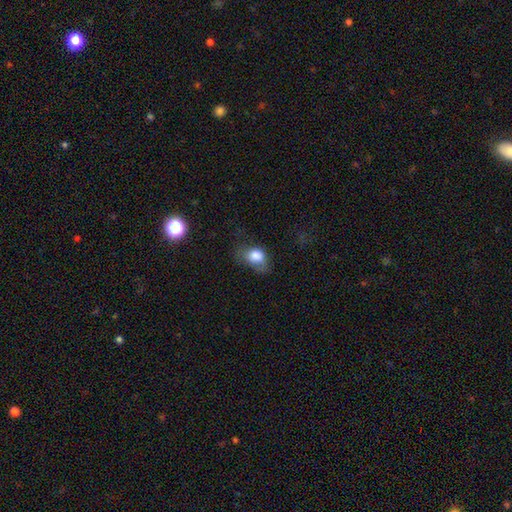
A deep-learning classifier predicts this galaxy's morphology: This is clearly a smooth galaxy (80%). How rounded: likely in between (71%). Merging: marginally none (36%).